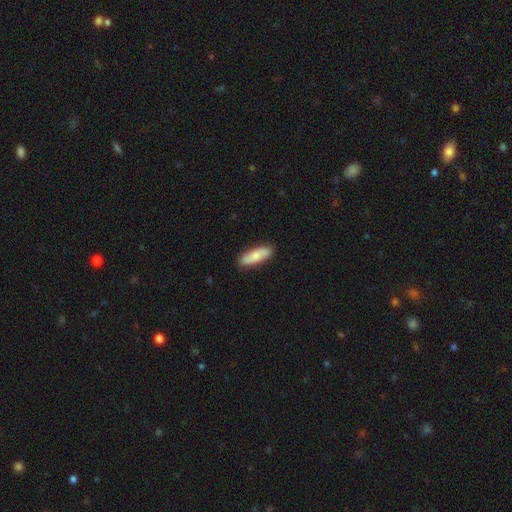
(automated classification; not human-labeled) Smooth or featured? Predicted: smooth (p=0.73). How rounded? Predicted: in between (p=0.60). Merging? Predicted: none (p=0.87).